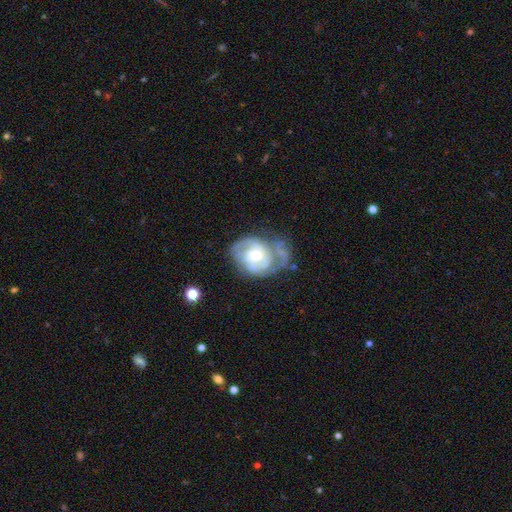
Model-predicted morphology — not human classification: Smooth or featured? featured or disk (78%)
Edge-on disk? no (97%)
Bar? no (66%)
Spiral arms? yes (85%)
Spiral winding? tight (51%)
Spiral arm count? 2 (46%)
Bulge size? moderate (56%)
Merging? none (40%)